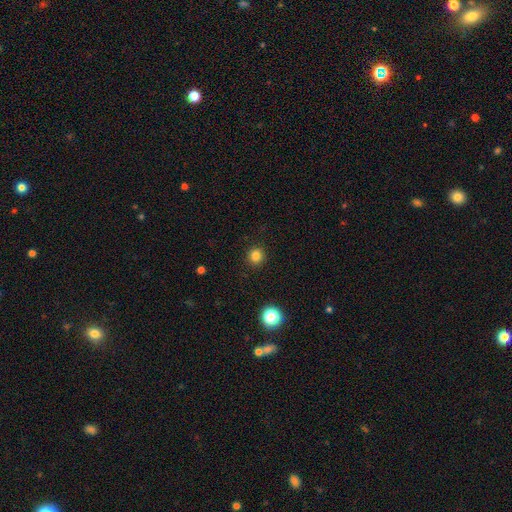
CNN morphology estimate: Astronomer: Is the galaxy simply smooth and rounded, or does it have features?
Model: smooth — 82%.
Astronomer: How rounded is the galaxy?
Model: round — 92%.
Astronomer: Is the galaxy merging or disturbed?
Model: none — 92%.